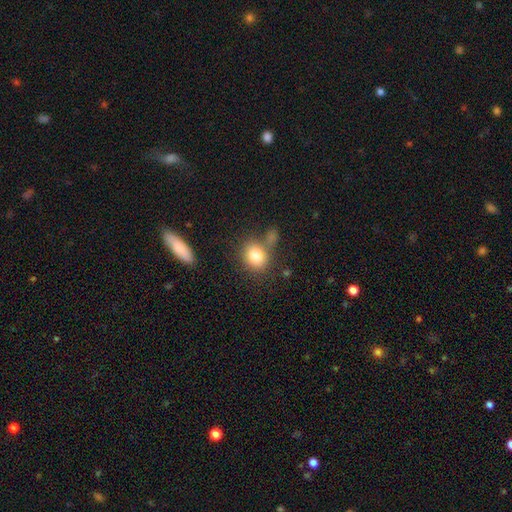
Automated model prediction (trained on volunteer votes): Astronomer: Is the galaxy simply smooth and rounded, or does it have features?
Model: smooth — 81%.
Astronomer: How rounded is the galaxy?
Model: round — 62%.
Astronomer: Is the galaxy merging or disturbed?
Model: none — 60%.